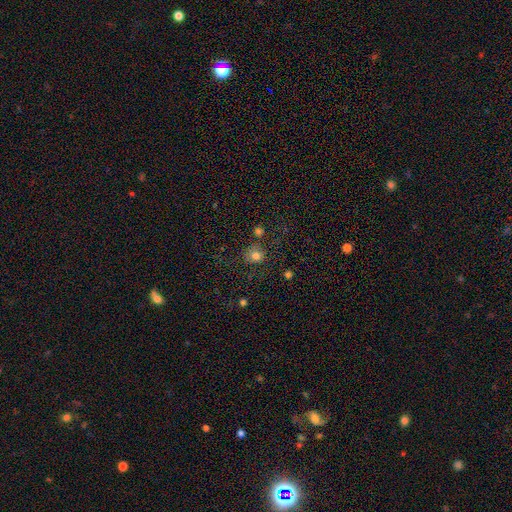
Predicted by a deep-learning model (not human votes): Smooth or featured?
  - smooth: 79% *
  - star or artifact: 14%
  - featured or disk: 7%
How rounded?
  - round: 82% *
  - in between: 17%
  - cigar-shaped: 1%
Merging?
  - none: 69% *
  - minor disturbance: 14%
  - merger: 10%
  - major disturbance: 6%